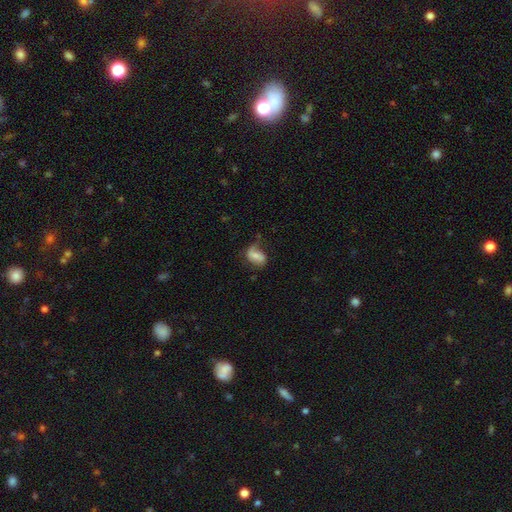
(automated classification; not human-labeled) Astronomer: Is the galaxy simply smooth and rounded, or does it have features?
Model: smooth — 57% (runner-up: featured or disk, 34%).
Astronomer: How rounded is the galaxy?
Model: in between — 85%.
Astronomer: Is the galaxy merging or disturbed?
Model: none — 41% (runner-up: minor disturbance, 32%).